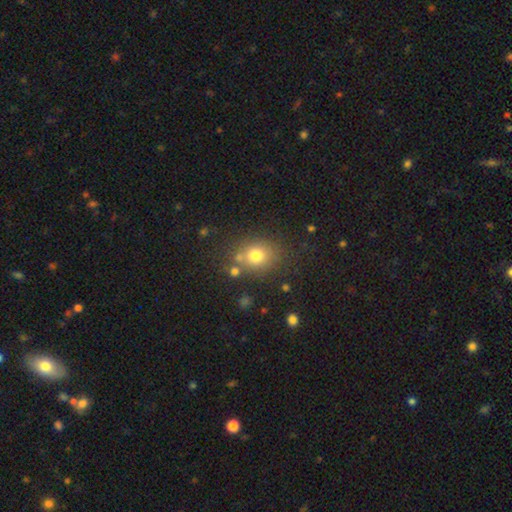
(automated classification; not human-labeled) Overall: smooth (75%). How rounded: round (68%; in between 31%). Merging: none (70%).